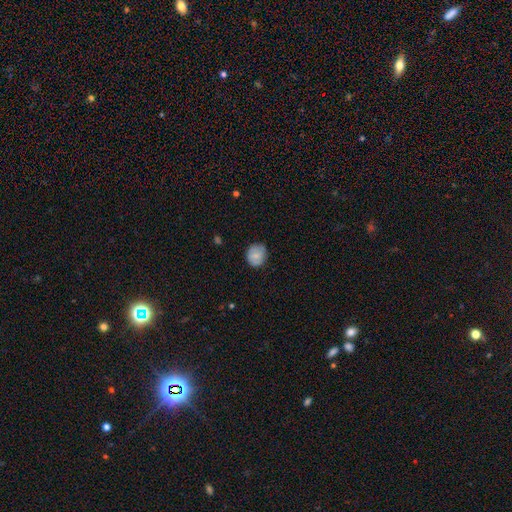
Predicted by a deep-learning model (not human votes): Morphology: type=smooth (77%); roundness=round (75%); merging=none (76%).